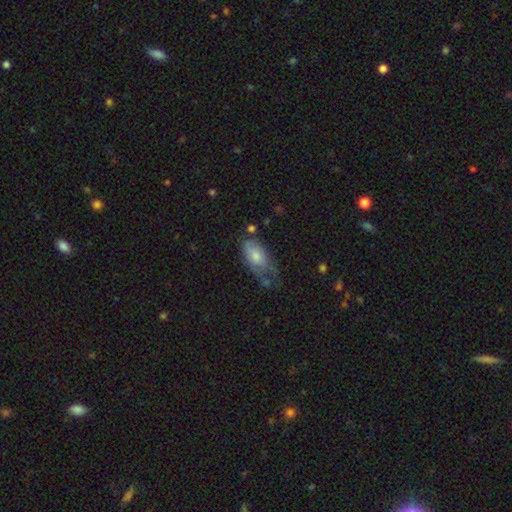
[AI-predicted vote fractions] Smooth or featured: smooth — 60% (featured or disk — 33%)
How rounded: in between — 90% (round — 5%)
Merging: minor disturbance — 35% (major disturbance — 32%)